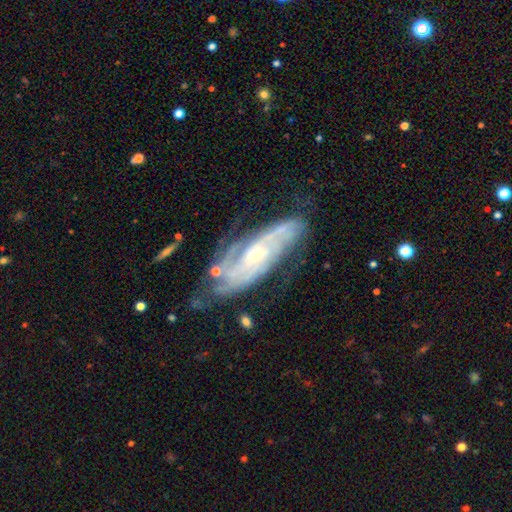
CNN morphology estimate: A featured or disk galaxy (86%) with no bar (59%), tight (61%) spiral arms (95%) and a small central bulge (64%). Merging: none (64%).